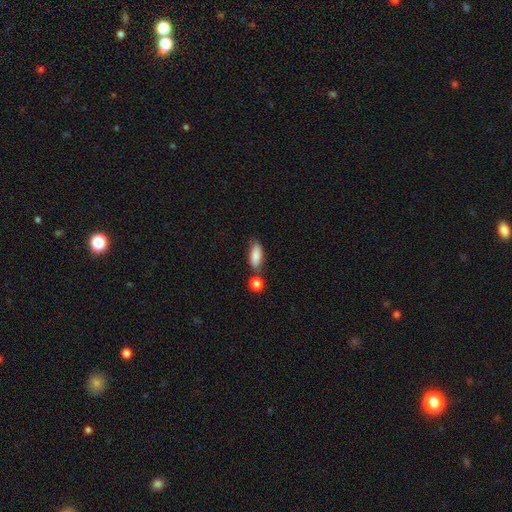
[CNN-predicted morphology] The model was most divided on "merging": none: 63%, minor disturbance: 17%, merger: 15%, major disturbance: 5%. More confident: smooth or featured — smooth (86%); how rounded — in between (74%).